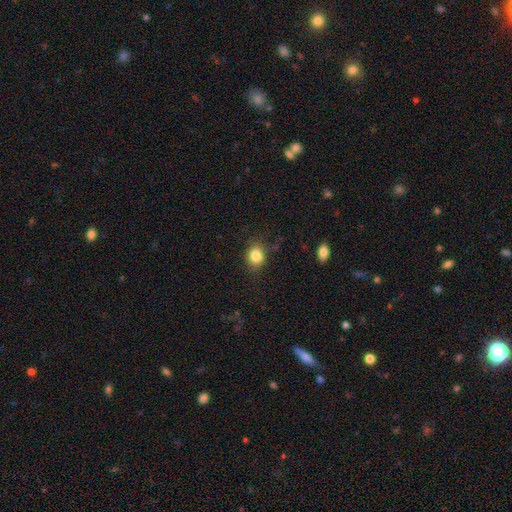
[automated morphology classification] The model was most divided on "how rounded": round: 52%, in between: 47%, cigar-shaped: 1%. More confident: smooth or featured — smooth (84%); merging — none (77%).